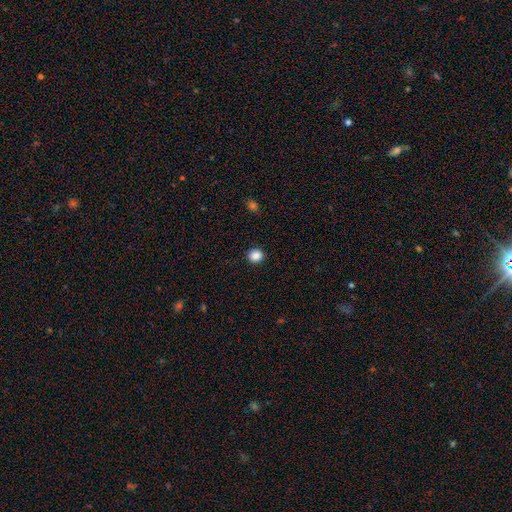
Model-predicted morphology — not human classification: smooth-or-featured: smooth: 87% | star or artifact: 10% | featured or disk: 3%
  how-rounded: round: 88% | in between: 11% | cigar-shaped: 1%
  merging: none: 92% | minor disturbance: 5% | major disturbance: 2% | merger: 1%